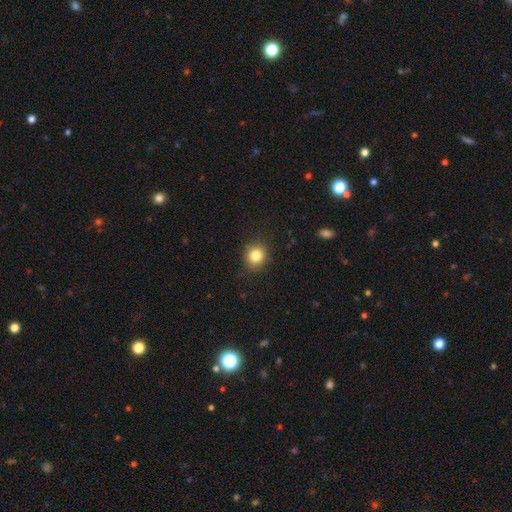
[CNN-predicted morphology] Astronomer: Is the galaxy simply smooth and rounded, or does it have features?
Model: smooth — 83%.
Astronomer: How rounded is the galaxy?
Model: round — 80%.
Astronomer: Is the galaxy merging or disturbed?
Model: none — 86%.